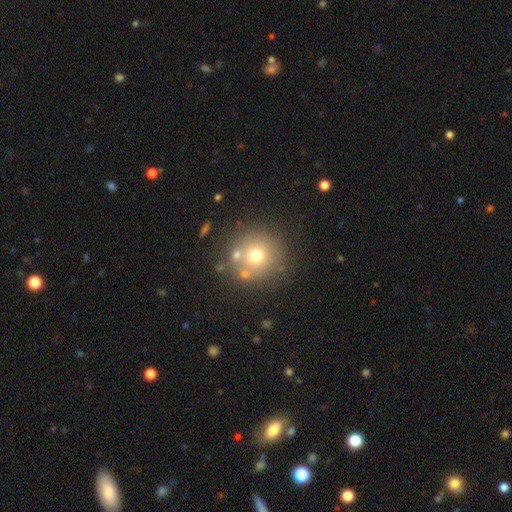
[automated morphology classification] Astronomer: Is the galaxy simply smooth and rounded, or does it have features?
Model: smooth — 67%.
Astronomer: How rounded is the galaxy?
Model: round — 93%.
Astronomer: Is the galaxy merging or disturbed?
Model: none — 73%.